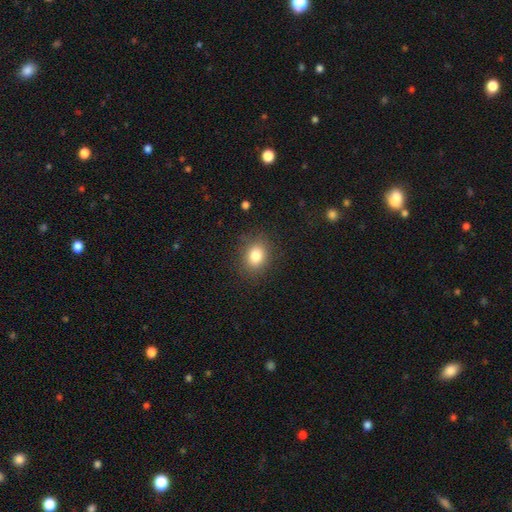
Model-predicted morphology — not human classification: This is clearly a smooth galaxy (82%). How rounded: possibly in between (54%). Merging: clearly none (85%).